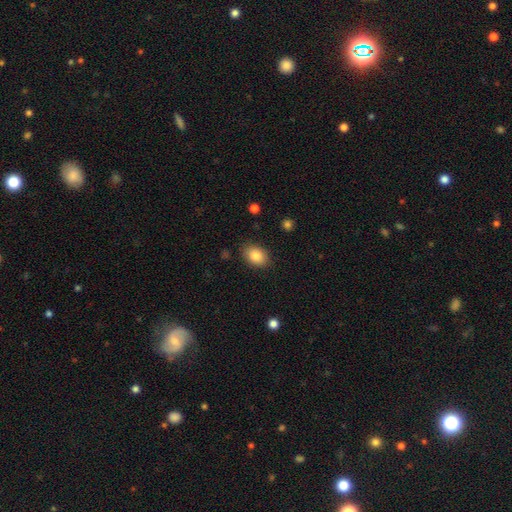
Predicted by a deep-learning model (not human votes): This appears to be a smooth galaxy with no disk features (85%) that is in between round and cigar-shaped (78%). Merging: none (85%).